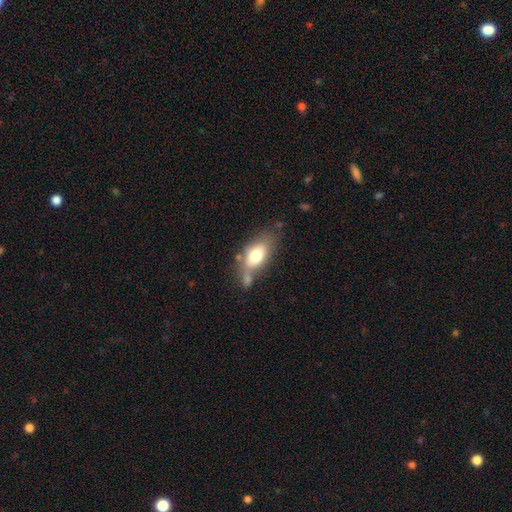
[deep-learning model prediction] This appears to be a smooth galaxy with no disk features (71%) that is in between round and cigar-shaped (87%). Merging: none (48%).